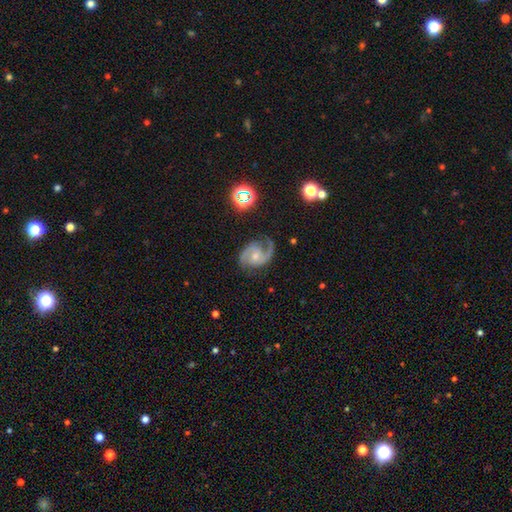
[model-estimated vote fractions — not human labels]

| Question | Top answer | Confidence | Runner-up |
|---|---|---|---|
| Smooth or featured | featured or disk | 88% | star or artifact (6%) |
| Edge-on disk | no | 98% | yes (2%) |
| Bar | no | 56% | weak (36%) |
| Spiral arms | yes | 98% | no (2%) |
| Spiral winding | medium | 57% | tight (22%) |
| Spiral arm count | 2 | 86% | 1 (7%) |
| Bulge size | small | 50% | moderate (45%) |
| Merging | none | 68% | minor disturbance (20%) |